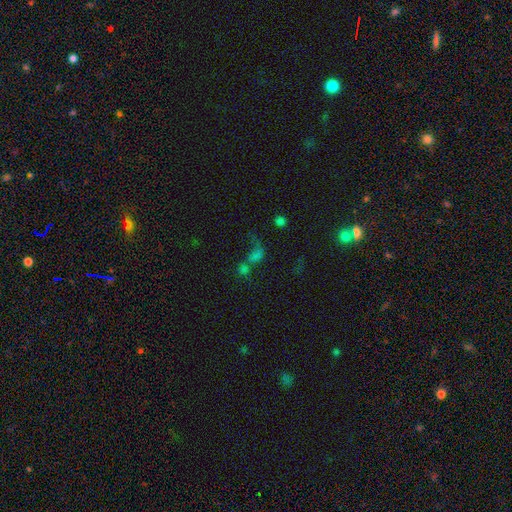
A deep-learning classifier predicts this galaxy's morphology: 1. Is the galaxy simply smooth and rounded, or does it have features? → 53% smooth, 30% star or artifact, 18% featured or disk.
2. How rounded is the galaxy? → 64% in between, 29% round, 6% cigar-shaped.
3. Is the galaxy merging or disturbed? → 56% merger, 21% none, 15% major disturbance, 8% minor disturbance.